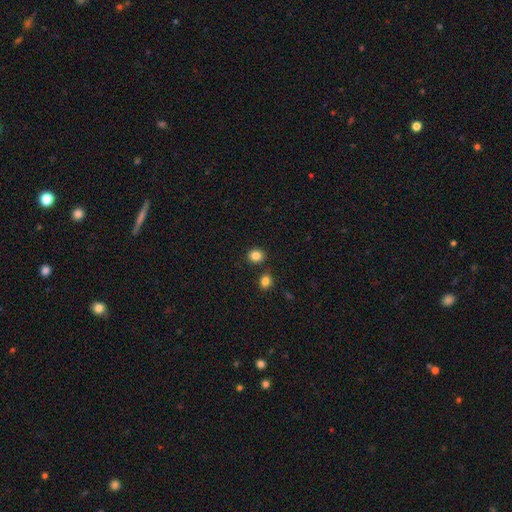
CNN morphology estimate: smooth_or_featured: smooth (p=0.85) [alt: star or artifact p=0.10]
how_rounded: round (p=0.70) [alt: in between p=0.29]
merging: none (p=0.83) [alt: minor disturbance p=0.08]